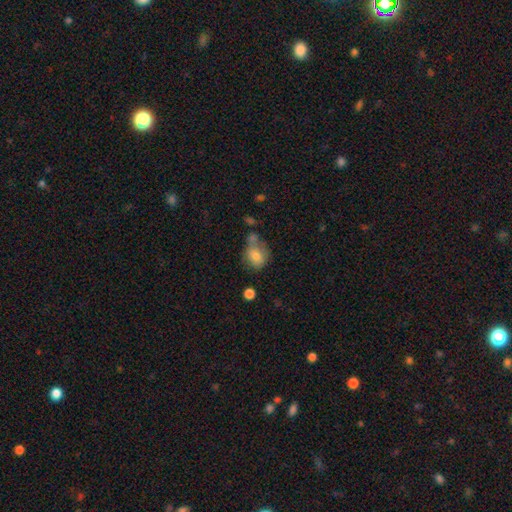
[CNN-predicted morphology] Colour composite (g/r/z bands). It shows a smooth galaxy with no disk features (75%) that is round (56%). Merging: none (45%).